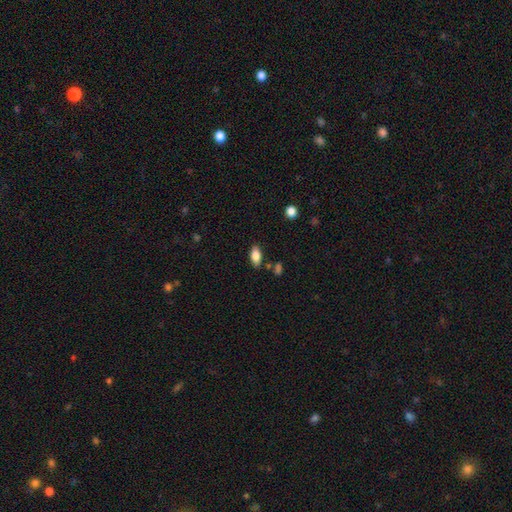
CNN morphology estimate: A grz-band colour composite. It shows a smooth galaxy with no disk features (81%) that is in between round and cigar-shaped (90%). Merging: none (83%).